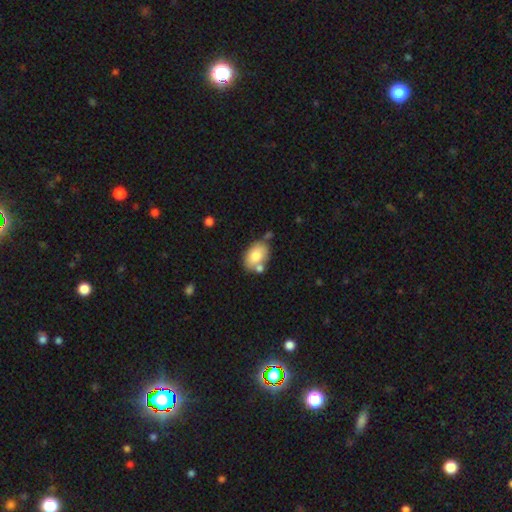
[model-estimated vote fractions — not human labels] Smooth or featured? Predicted: smooth (p=0.76). How rounded? Predicted: in between (p=0.85). Merging? Predicted: none (p=0.60).